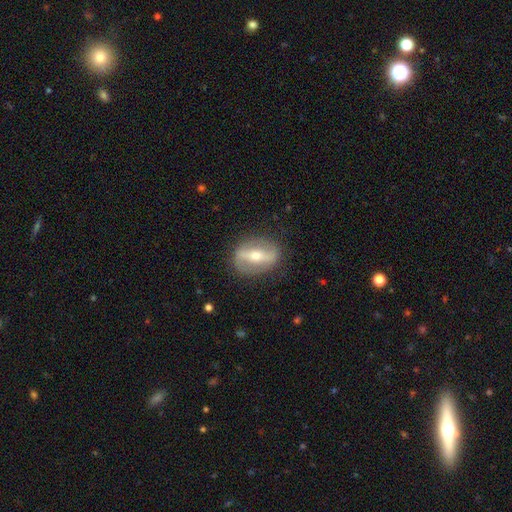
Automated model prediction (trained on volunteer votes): A featured or disk galaxy (71%) with a strong bar (74%), no spiral arms (56%) and a moderate central bulge (64%).

Vote fractions:
- Smooth or featured? featured or disk: 71% / smooth: 23% / star or artifact: 6%
- Edge-on disk? no: 81% / yes: 19%
- Bar? strong: 74% / weak: 18% / no: 9%
- Spiral arms? no: 56% / yes: 44%
- Bulge size? moderate: 64% / small: 28% / large: 5% / dominant: 1% / none: 1%
- Merging? none: 84% / minor disturbance: 11% / major disturbance: 4% / merger: 1%